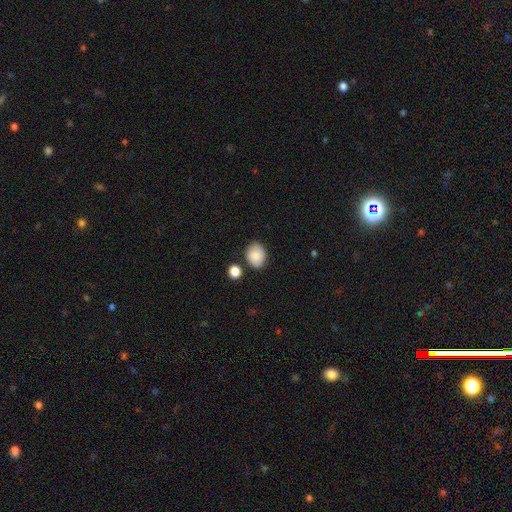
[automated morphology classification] Smooth or featured? Predicted: smooth (p=0.87). How rounded? Predicted: in between (p=0.63). Merging? Predicted: none (p=0.81).